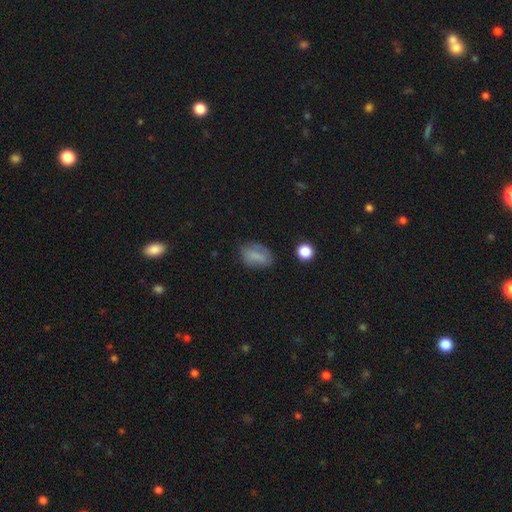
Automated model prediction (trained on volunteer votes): Smooth or featured? Predicted: smooth (p=0.71). How rounded? Predicted: in between (p=0.81). Merging? Predicted: none (p=0.64).